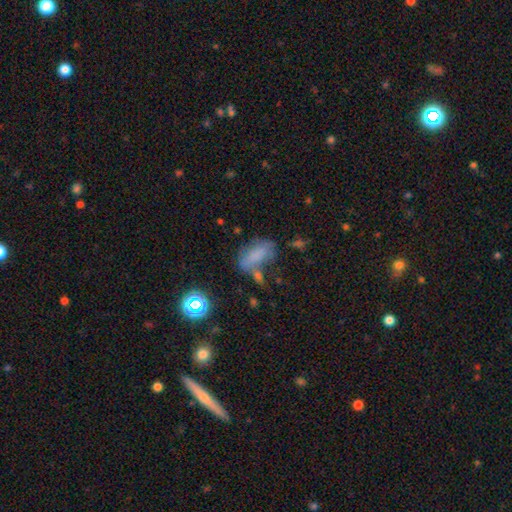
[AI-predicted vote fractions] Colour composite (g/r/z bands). It shows a smooth galaxy with no disk features (64%) that is in between round and cigar-shaped (84%). Merging: none (41%).